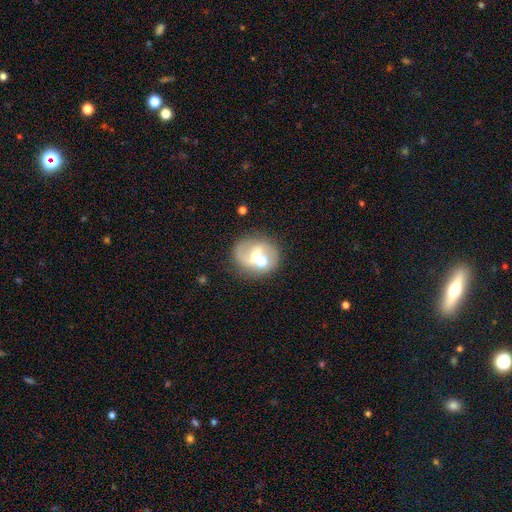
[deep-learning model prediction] The model was most divided on "bar": no: 46%, weak: 38%, strong: 16%. More confident: edge-on disk — no (97%); spiral arms — yes (65%); bulge size — moderate (64%); smooth or featured — featured or disk (58%); merging — none (52%).